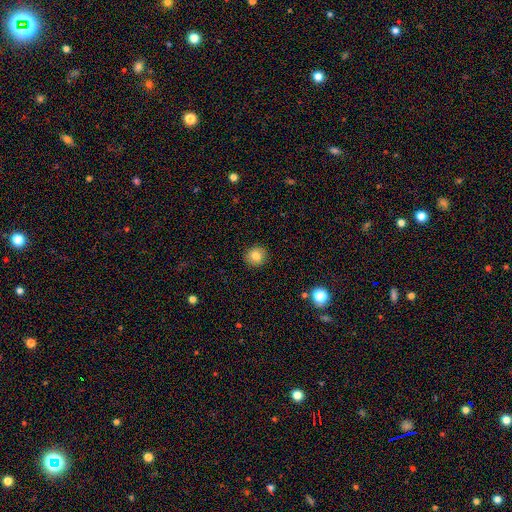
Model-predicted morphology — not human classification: smooth_or_featured: smooth (p=0.82) [alt: star or artifact p=0.10]
how_rounded: round (p=0.89) [alt: in between p=0.10]
merging: none (p=0.91) [alt: minor disturbance p=0.06]